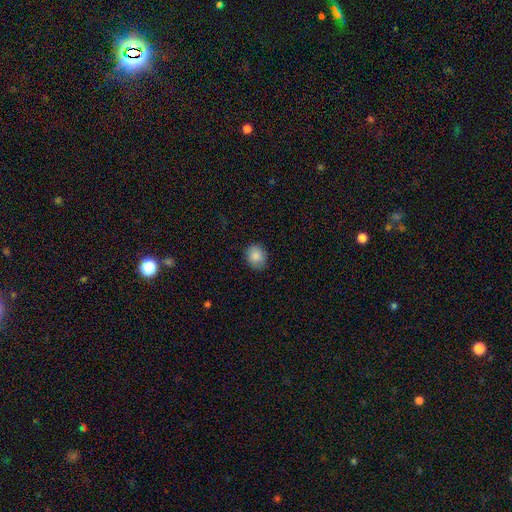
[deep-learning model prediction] Smooth or featured?
  - smooth: 86% *
  - star or artifact: 8%
  - featured or disk: 5%
How rounded?
  - round: 73% *
  - in between: 26%
  - cigar-shaped: 1%
Merging?
  - none: 87% *
  - minor disturbance: 10%
  - major disturbance: 2%
  - merger: 1%